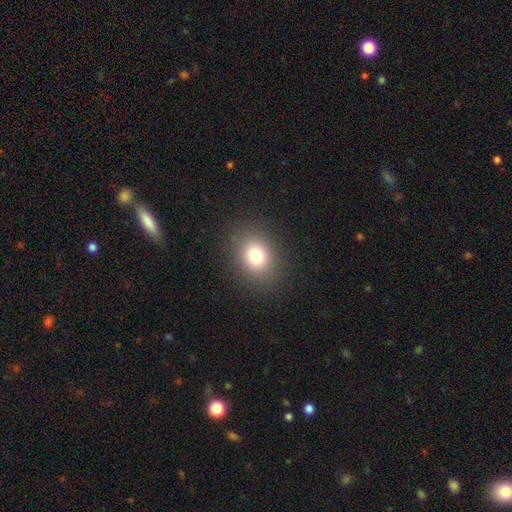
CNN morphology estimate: A smooth galaxy with no disk features (77%) that is in between round and cigar-shaped (51%). Merging: none (88%).